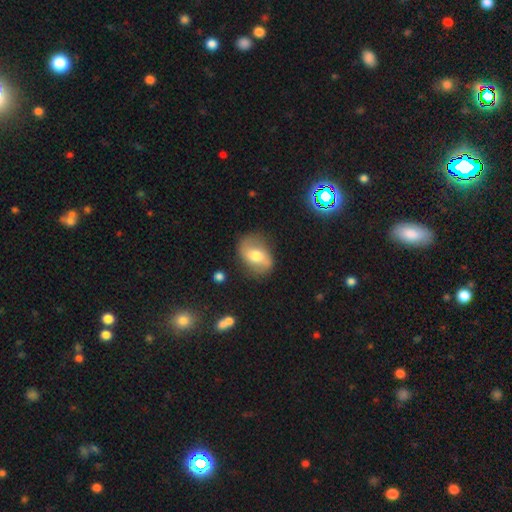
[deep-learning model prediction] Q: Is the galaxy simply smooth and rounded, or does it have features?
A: featured or disk — 51%.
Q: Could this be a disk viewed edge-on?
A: no — 93%.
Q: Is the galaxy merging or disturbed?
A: none — 75%.